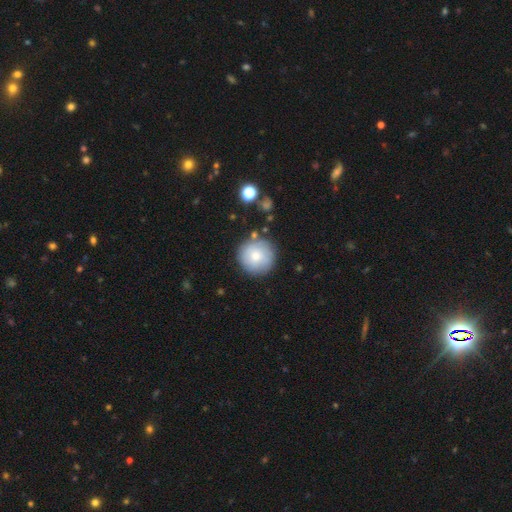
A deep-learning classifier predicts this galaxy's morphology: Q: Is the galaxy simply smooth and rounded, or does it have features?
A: smooth — 70%.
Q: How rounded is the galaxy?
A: round — 95%.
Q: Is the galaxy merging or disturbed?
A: none — 81%.